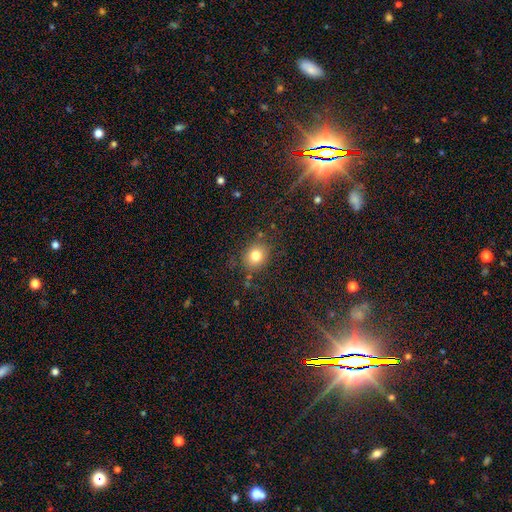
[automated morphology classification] The model was most divided on "how rounded": round: 75%, in between: 24%, cigar-shaped: 1%. More confident: merging — none (82%); smooth or featured — smooth (80%).